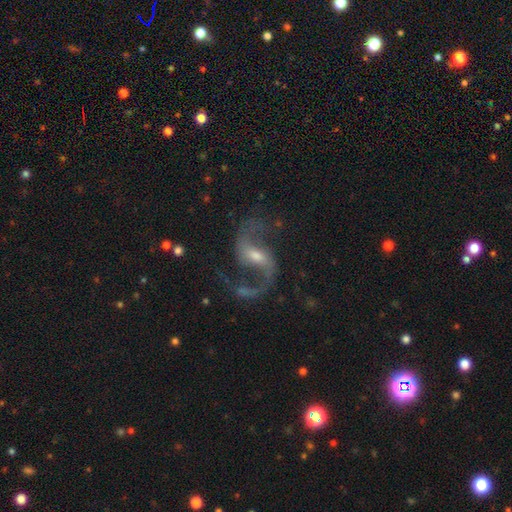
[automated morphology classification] Overall: featured or disk (91%). Edge-on disk: no (97%). Bar: weak (51%; strong 30%). Spiral arms: yes (97%). Spiral arm count: 2 (93%). Spiral winding: loose (69%). Bulge size: moderate (51%; small 39%). Merging: none (74%).